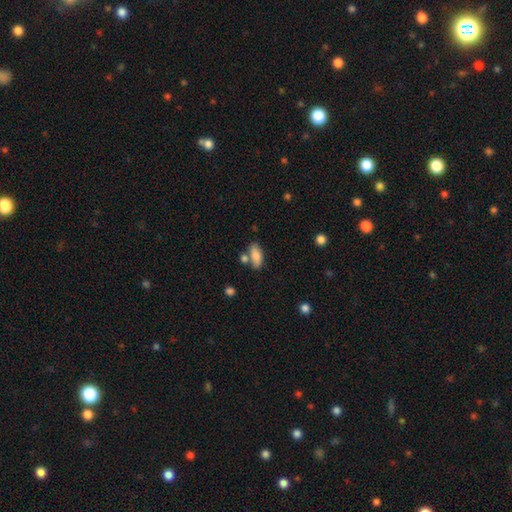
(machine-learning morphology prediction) Q: Smooth or featured?
A: smooth (84%); runner-up: featured or disk (9%)
Q: How rounded?
A: in between (84%); runner-up: cigar-shaped (13%)
Q: Merging?
A: none (62%); runner-up: merger (19%)